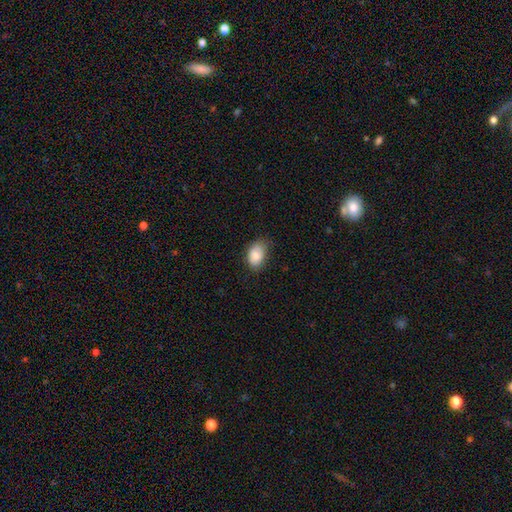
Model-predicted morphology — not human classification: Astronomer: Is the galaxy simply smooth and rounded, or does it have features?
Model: smooth — 84%.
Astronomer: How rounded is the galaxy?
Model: in between — 87%.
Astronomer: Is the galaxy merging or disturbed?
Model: none — 65%.